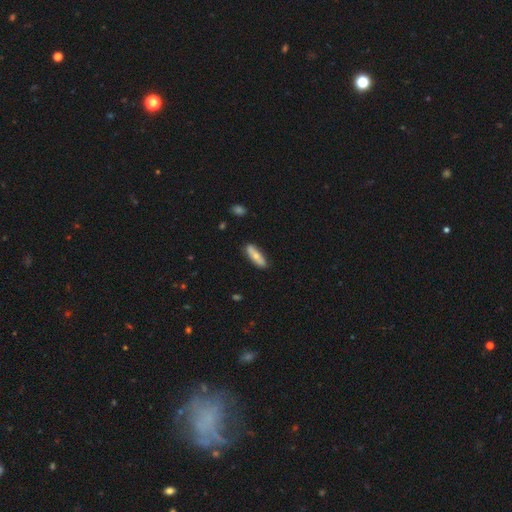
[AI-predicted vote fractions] smooth-or-featured: smooth: 62% | featured or disk: 32% | star or artifact: 6%
  how-rounded: cigar-shaped: 54% | in between: 44% | round: 2%
  merging: none: 81% | minor disturbance: 14% | merger: 2% | major disturbance: 2%